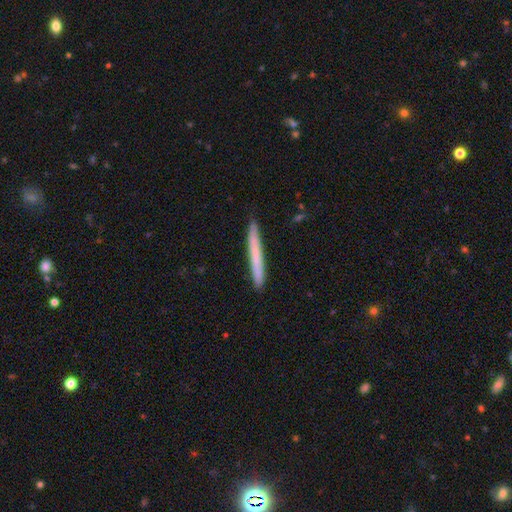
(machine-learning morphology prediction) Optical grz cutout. It shows a smooth galaxy with no disk features (65%) that is cigar-shaped (97%). Merging: none (91%).